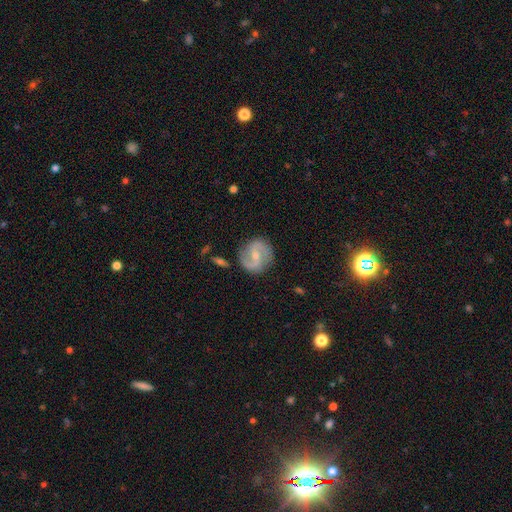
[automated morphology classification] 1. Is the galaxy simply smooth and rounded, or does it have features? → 81% featured or disk, 13% smooth, 5% star or artifact.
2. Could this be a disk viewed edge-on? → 98% no, 2% yes.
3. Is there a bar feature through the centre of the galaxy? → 46% weak, 32% no, 22% strong.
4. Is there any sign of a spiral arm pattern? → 94% yes, 6% no.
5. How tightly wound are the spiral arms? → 50% medium, 30% loose, 20% tight.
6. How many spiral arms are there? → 92% 2, 3% can't tell, 2% 1, 1% 3, 1% 4, 1% more than 4.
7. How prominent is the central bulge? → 56% small, 40% moderate, 3% none, 1% large, 1% dominant.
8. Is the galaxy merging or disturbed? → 83% none, 12% minor disturbance, 3% major disturbance, 2% merger.